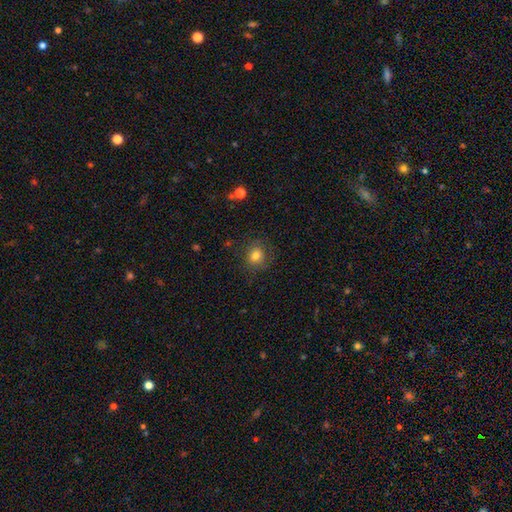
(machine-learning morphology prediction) Smooth or featured? Predicted: smooth (p=0.79). How rounded? Predicted: round (p=0.80). Merging? Predicted: none (p=0.80).